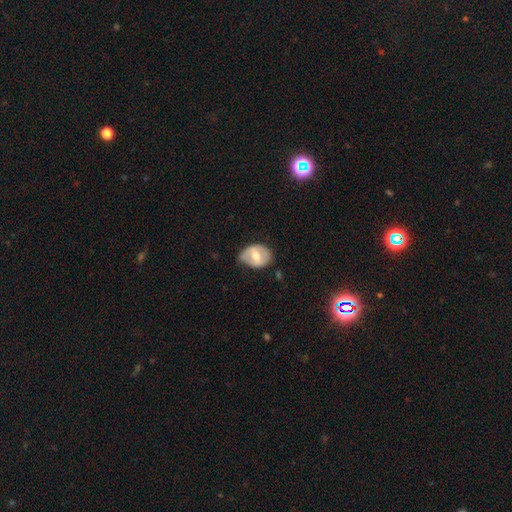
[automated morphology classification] smooth_or_featured: featured or disk (p=0.49) [alt: smooth p=0.45]
merging: none (p=0.59) [alt: minor disturbance p=0.31]